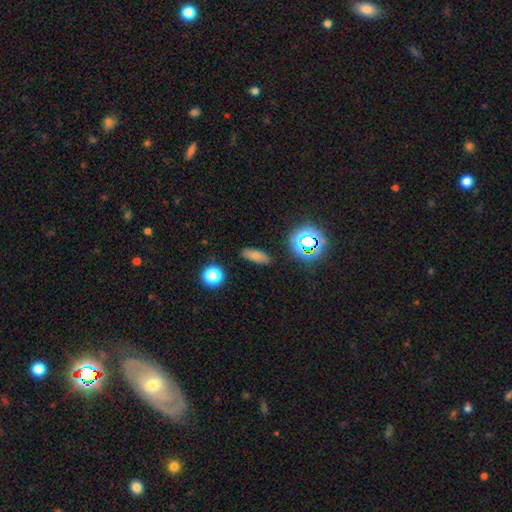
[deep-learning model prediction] Morphology: type=smooth (72%); roundness=in between (67%); merging=none (87%).